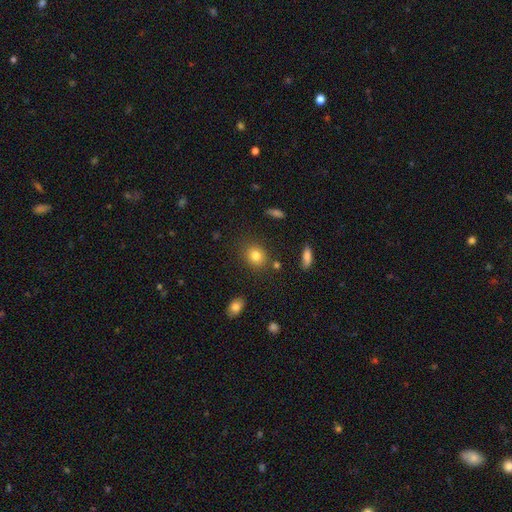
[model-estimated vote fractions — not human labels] Smooth or featured?
  - smooth: 80% *
  - star or artifact: 11%
  - featured or disk: 8%
How rounded?
  - round: 65% *
  - in between: 33%
  - cigar-shaped: 1%
Merging?
  - none: 82% *
  - minor disturbance: 11%
  - merger: 4%
  - major disturbance: 3%